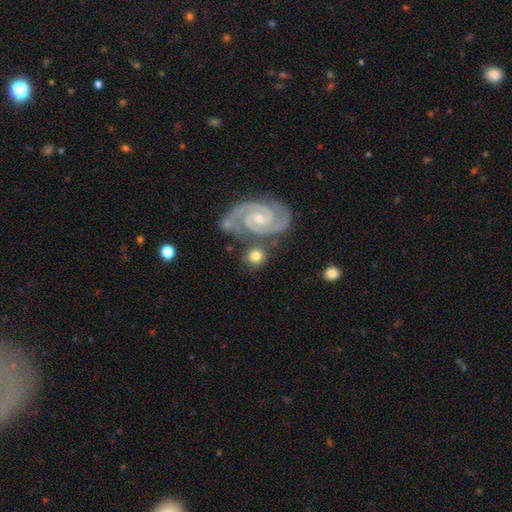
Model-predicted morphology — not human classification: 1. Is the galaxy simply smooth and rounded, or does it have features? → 48% smooth, 45% featured or disk, 7% star or artifact.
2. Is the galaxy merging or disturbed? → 68% none, 17% merger, 12% minor disturbance, 4% major disturbance.